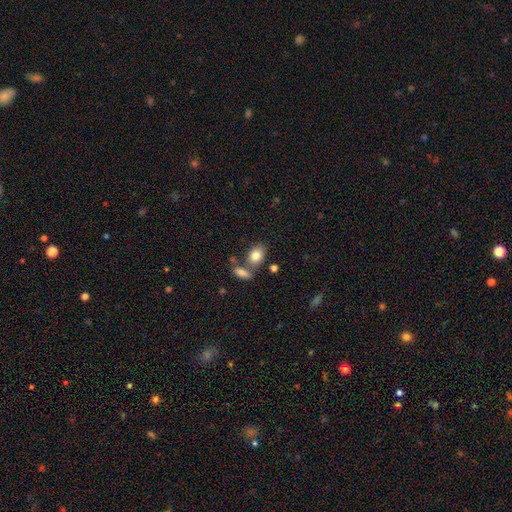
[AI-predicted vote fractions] This appears to be a smooth galaxy with no disk features (83%) that is in between round and cigar-shaped (73%). Merging: none (59%).